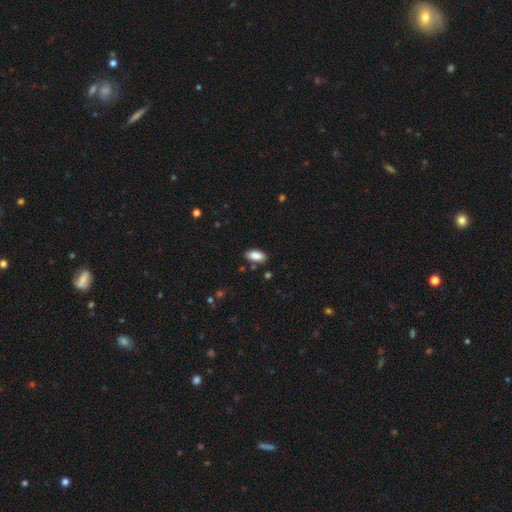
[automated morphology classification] type=smooth (88%); roundness=in between (92%); merging=none (83%).